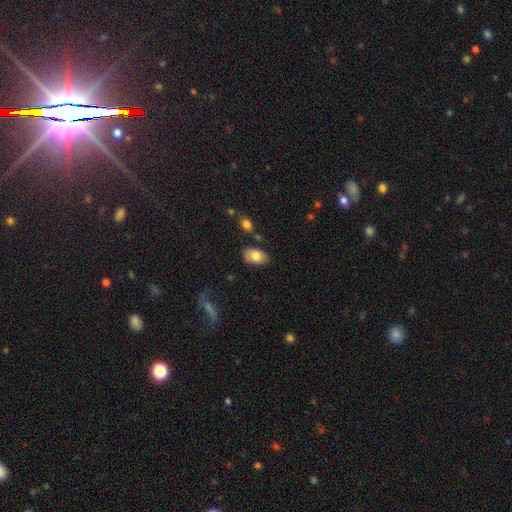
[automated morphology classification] smooth-or-featured: smooth: 80% | featured or disk: 13% | star or artifact: 7%
  how-rounded: in between: 92% | round: 6% | cigar-shaped: 2%
  merging: none: 75% | minor disturbance: 16% | merger: 5% | major disturbance: 4%